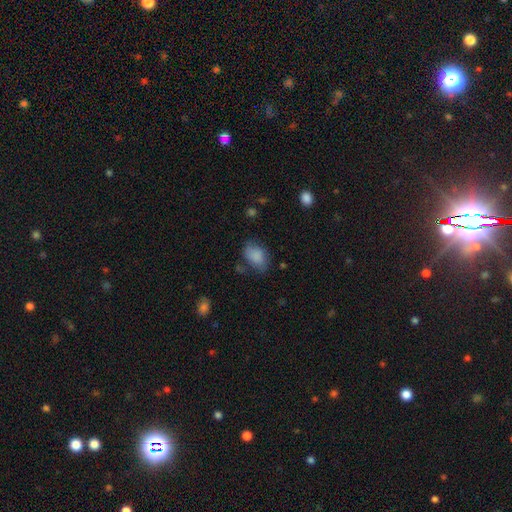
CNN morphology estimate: Q: Smooth or featured?
A: smooth (84%); runner-up: star or artifact (8%)
Q: How rounded?
A: in between (81%); runner-up: round (17%)
Q: Merging?
A: none (60%); runner-up: minor disturbance (27%)